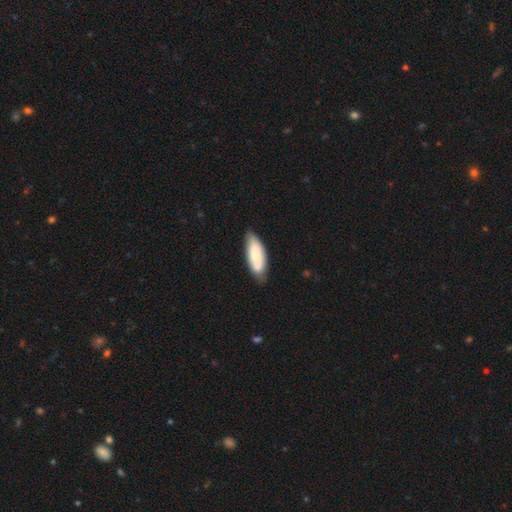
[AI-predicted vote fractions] Smooth or featured? smooth (65%)
How rounded? in between (69%)
Merging? none (69%)